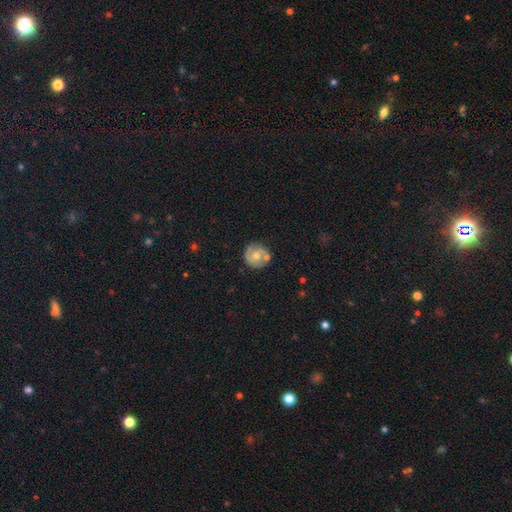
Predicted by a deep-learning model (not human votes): Overall: featured or disk (50%; smooth 42%). Edge-on disk: no (97%). Merging: none (67%).